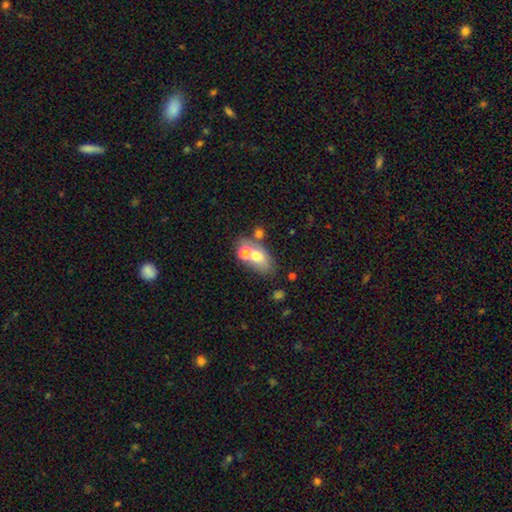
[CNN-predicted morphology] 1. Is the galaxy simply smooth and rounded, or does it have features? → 61% smooth, 28% featured or disk, 11% star or artifact.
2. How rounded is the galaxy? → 79% in between, 18% round, 3% cigar-shaped.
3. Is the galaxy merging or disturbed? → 45% merger, 37% none, 11% minor disturbance, 7% major disturbance.